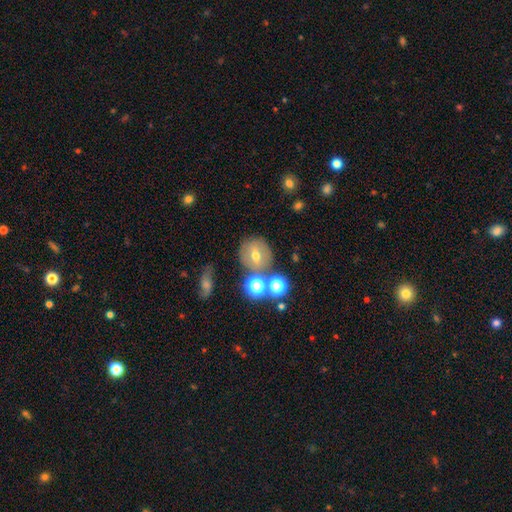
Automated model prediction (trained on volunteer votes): Q: Smooth or featured?
A: smooth (54%); runner-up: featured or disk (29%)
Q: How rounded?
A: round (83%); runner-up: in between (16%)
Q: Merging?
A: none (67%); runner-up: merger (16%)